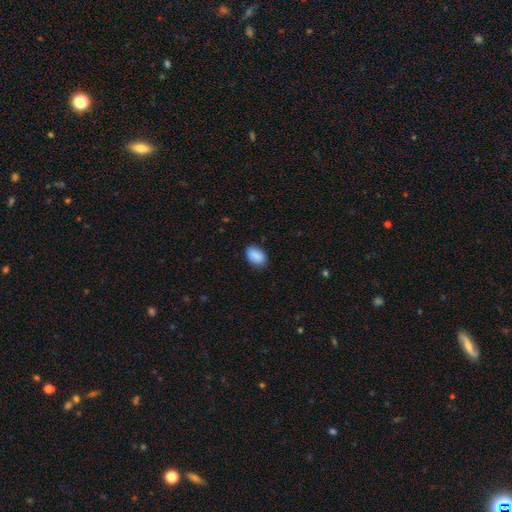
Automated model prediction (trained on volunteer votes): Smooth or featured: smooth — 89% (star or artifact — 7%)
How rounded: in between — 88% (round — 10%)
Merging: none — 82% (minor disturbance — 15%)